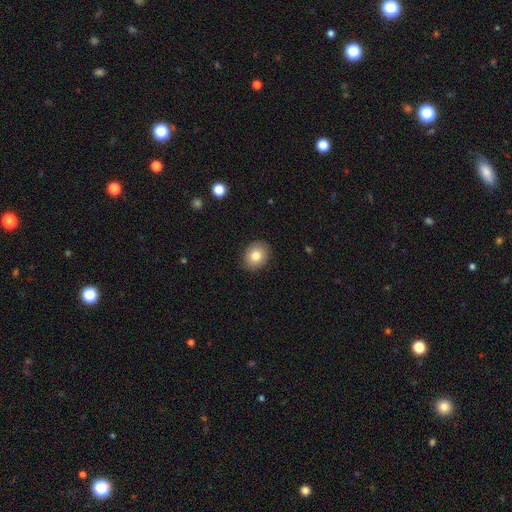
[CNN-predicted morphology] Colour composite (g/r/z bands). It shows a smooth galaxy with no disk features (81%) that is round (58%). Merging: none (88%).